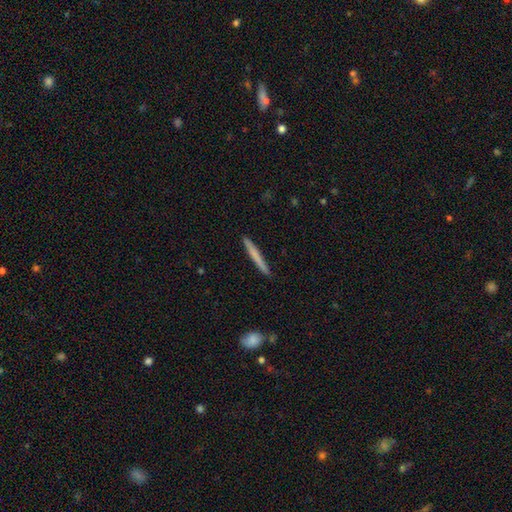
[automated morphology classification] Smooth or featured?
  - smooth: 65% *
  - featured or disk: 29%
  - star or artifact: 5%
How rounded?
  - cigar-shaped: 97% *
  - in between: 2%
  - round: 1%
Merging?
  - none: 91% *
  - minor disturbance: 6%
  - major disturbance: 1%
  - merger: 1%